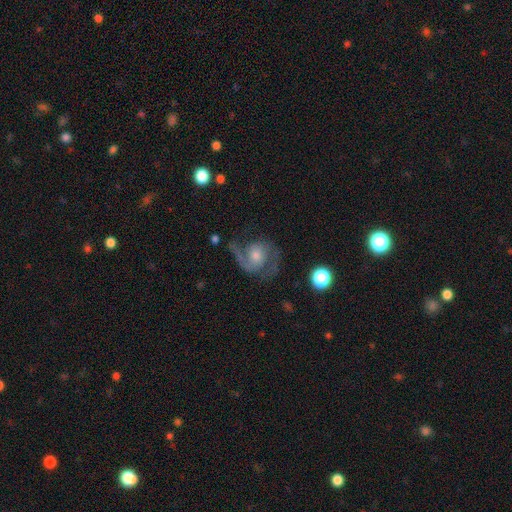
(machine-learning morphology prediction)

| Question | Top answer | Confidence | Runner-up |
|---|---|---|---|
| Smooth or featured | featured or disk | 81% | smooth (12%) |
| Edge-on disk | no | 98% | yes (2%) |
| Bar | no | 69% | weak (27%) |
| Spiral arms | yes | 95% | no (5%) |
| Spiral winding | medium | 51% | loose (30%) |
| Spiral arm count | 2 | 81% | 1 (10%) |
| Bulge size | moderate | 51% | small (33%) |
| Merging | none | 61% | major disturbance (18%) |